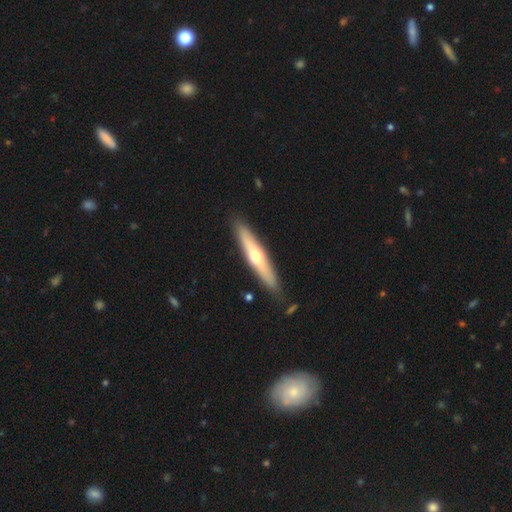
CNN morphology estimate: Q: Smooth or featured?
A: featured or disk (50%); runner-up: smooth (45%)
Q: Merging?
A: none (88%); runner-up: minor disturbance (9%)